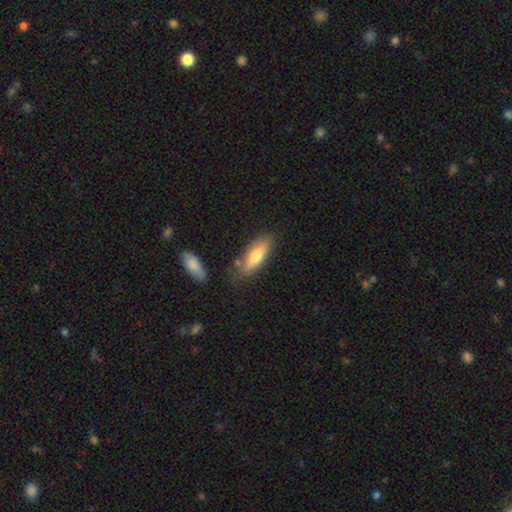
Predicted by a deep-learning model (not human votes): Smooth or featured? Predicted: smooth (p=0.70). How rounded? Predicted: in between (p=0.53). Merging? Predicted: none (p=0.72).